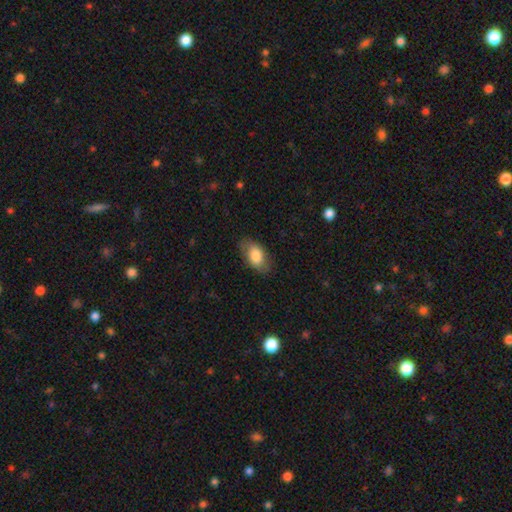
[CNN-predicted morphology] Smooth or featured? smooth (80%)
How rounded? in between (91%)
Merging? none (78%)